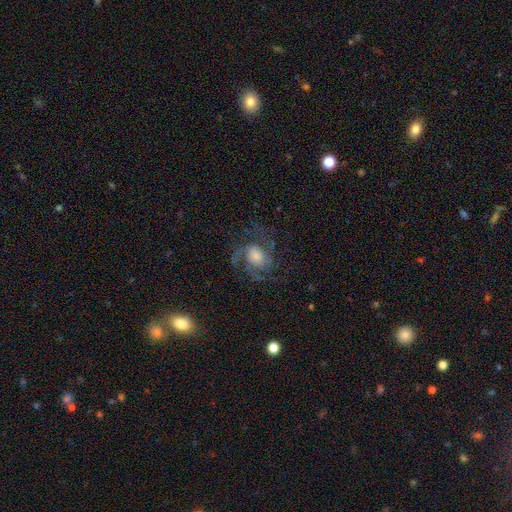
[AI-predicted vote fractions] smooth_or_featured: featured or disk (p=0.81) [alt: smooth p=0.11]
disk_edge_on: no (p=0.98) [alt: yes p=0.02]
bar: no (p=0.65) [alt: weak p=0.30]
has_spiral_arms: yes (p=0.95) [alt: no p=0.05]
spiral_winding: medium (p=0.51) [alt: tight p=0.33]
spiral_arm_count: 3 (p=0.32) [alt: 2 p=0.28]
bulge_size: moderate (p=0.40) [alt: large p=0.28]
merging: none (p=0.67) [alt: major disturbance p=0.16]